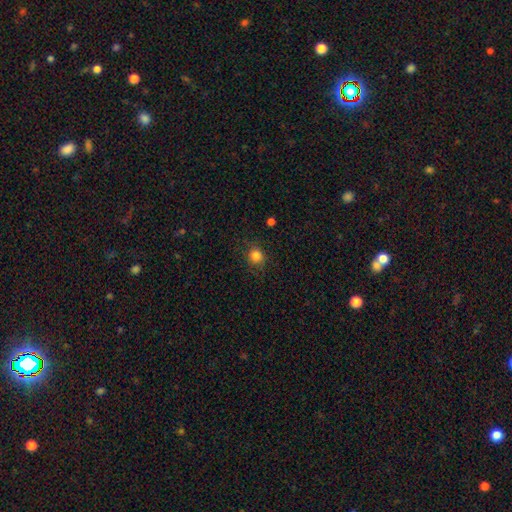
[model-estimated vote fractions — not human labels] Overall: smooth (83%). How rounded: round (86%). Merging: none (82%).